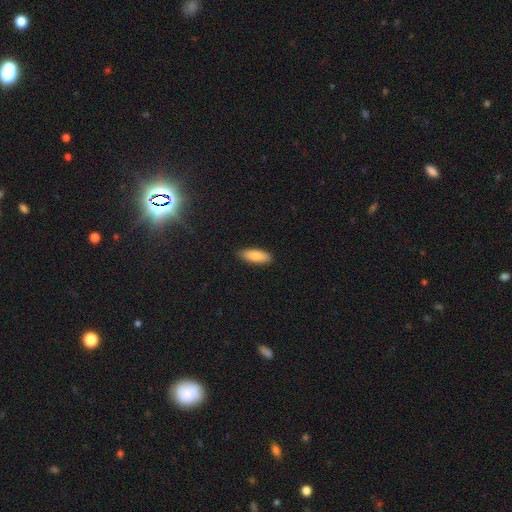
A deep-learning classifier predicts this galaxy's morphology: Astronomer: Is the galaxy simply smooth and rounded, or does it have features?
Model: smooth — 87%.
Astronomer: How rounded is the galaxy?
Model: in between — 68%.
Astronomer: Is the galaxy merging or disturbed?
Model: none — 87%.